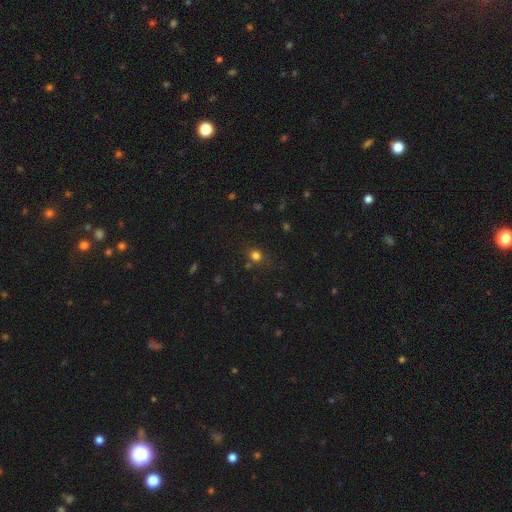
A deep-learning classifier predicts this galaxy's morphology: Q: Smooth or featured?
A: smooth (76%); runner-up: star or artifact (18%)
Q: How rounded?
A: round (80%); runner-up: in between (19%)
Q: Merging?
A: none (76%); runner-up: minor disturbance (13%)